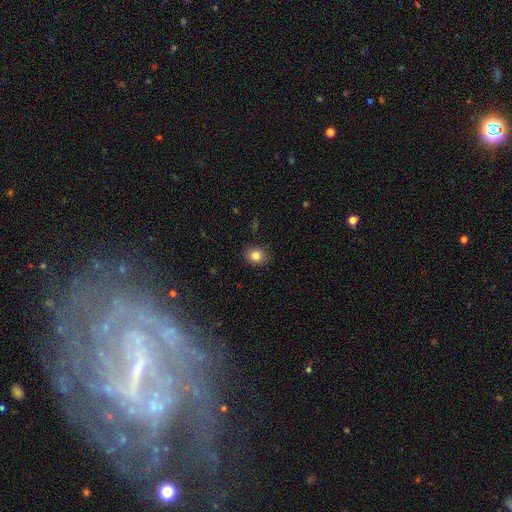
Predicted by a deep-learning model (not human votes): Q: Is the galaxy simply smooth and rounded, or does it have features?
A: smooth — 83%.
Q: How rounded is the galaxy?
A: round — 64%.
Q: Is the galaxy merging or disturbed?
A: none — 88%.